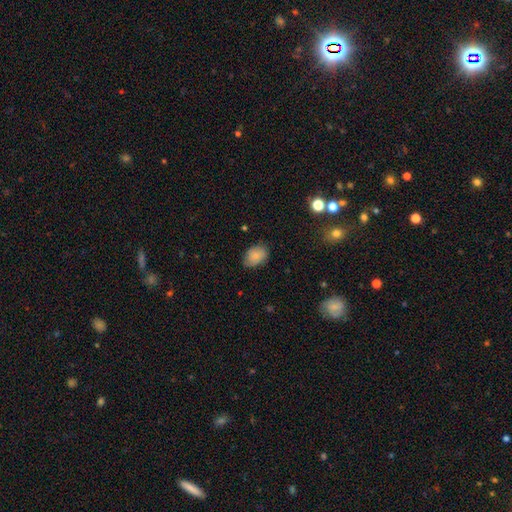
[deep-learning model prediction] Smooth or featured? Predicted: smooth (p=0.83). How rounded? Predicted: in between (p=0.82). Merging? Predicted: none (p=0.74).